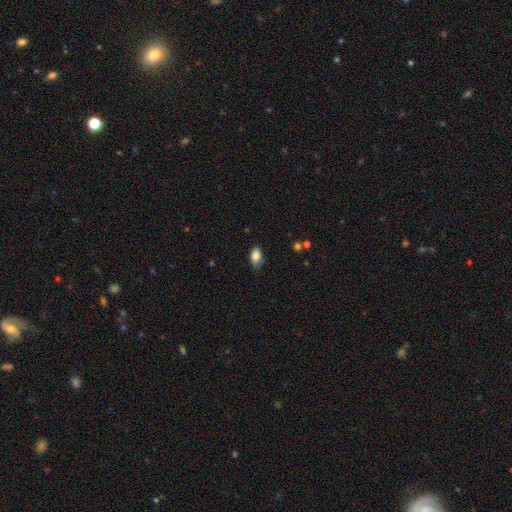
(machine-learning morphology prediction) The model was most divided on "merging": none: 76%, minor disturbance: 19%, major disturbance: 3%, merger: 1%. More confident: how rounded — in between (91%); smooth or featured — smooth (85%).